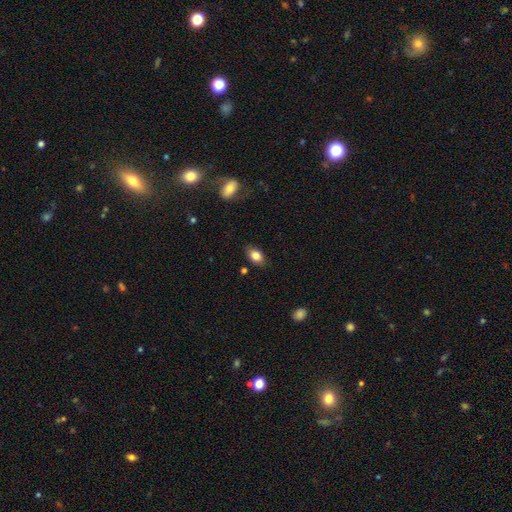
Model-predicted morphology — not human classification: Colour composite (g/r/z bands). It shows a smooth galaxy with no disk features (83%) that is in between round and cigar-shaped (85%). Merging: none (82%).